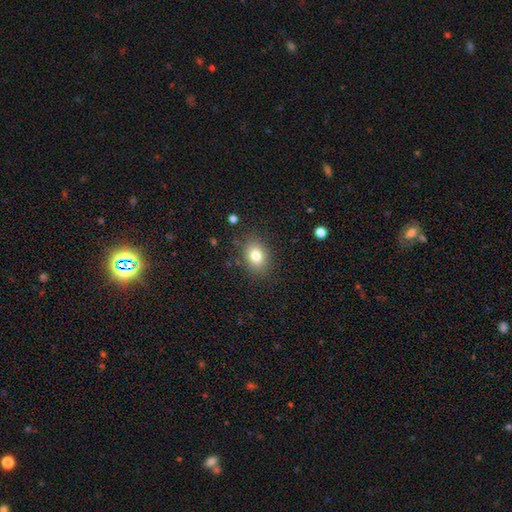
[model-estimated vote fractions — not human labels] Q: Smooth or featured?
A: smooth (80%); runner-up: star or artifact (10%)
Q: How rounded?
A: in between (62%); runner-up: round (36%)
Q: Merging?
A: none (84%); runner-up: minor disturbance (11%)